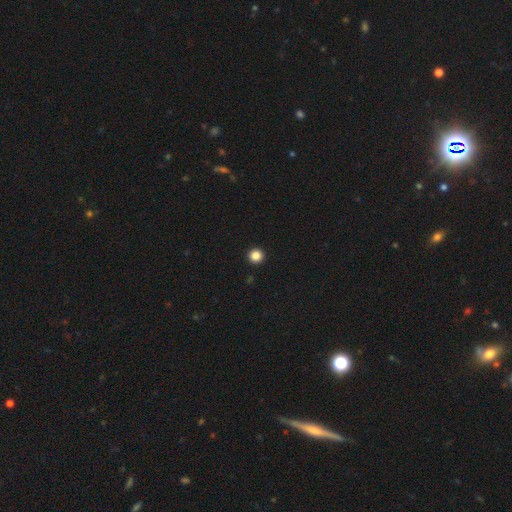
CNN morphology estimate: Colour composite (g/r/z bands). It shows a smooth galaxy with no disk features (85%) that is round (96%). Merging: none (94%).